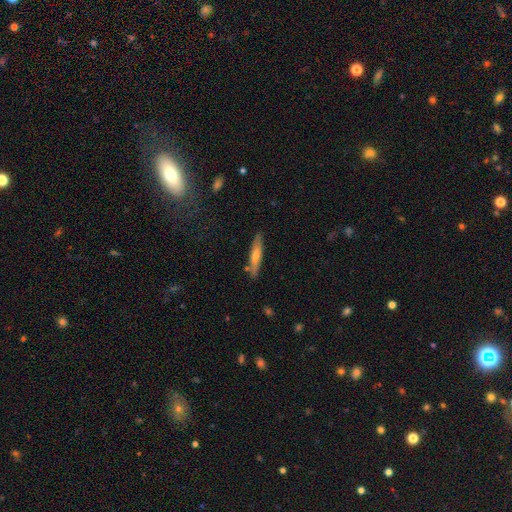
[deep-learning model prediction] Smooth or featured? smooth (58%)
How rounded? cigar-shaped (87%)
Merging? none (82%)